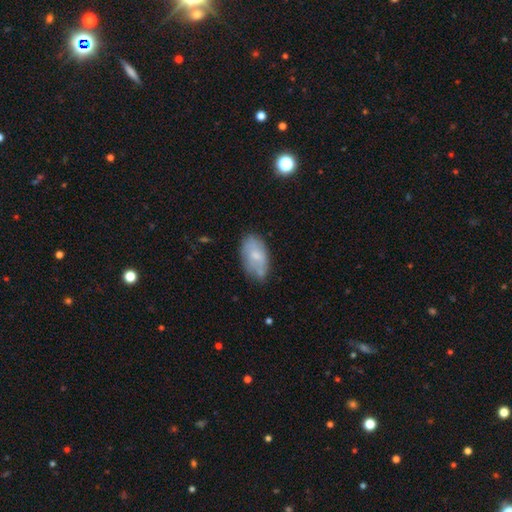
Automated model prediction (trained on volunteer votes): This appears to be a smooth galaxy with no disk features (62%) that is in between round and cigar-shaped (93%). Merging: none (59%).